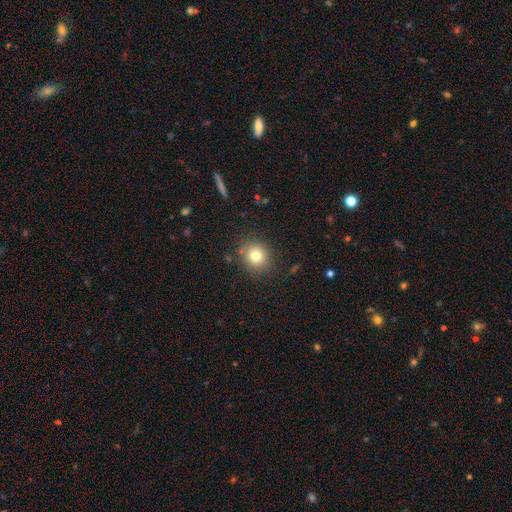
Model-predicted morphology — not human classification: This is likely a smooth galaxy (78%). How rounded: clearly round (81%). Merging: clearly none (85%).